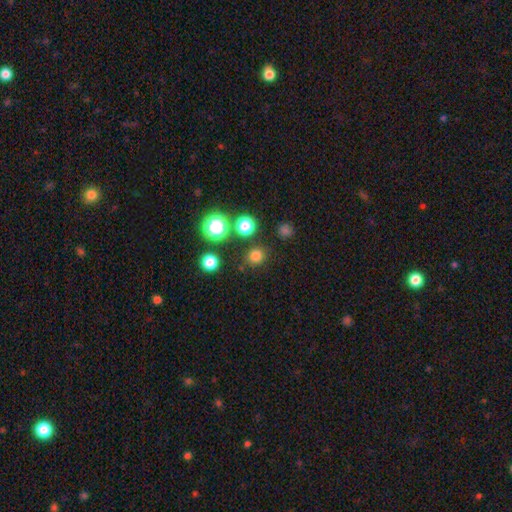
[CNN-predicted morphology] type=smooth (76%); roundness=round (88%); merging=none (84%).